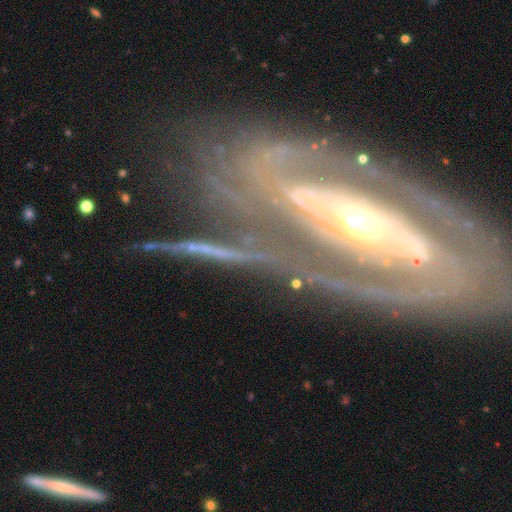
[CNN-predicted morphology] This is clearly a featured or disk galaxy (89%). It is clearly not viewed edge-on (92%). Bar: possibly no (45%). Spiral arm pattern: clearly yes (91%). Spiral arm count: possibly 2 (58%). Spiral winding: possibly tight (58%). Central bulge: possibly moderate (54%). Merging: likely none (68%).